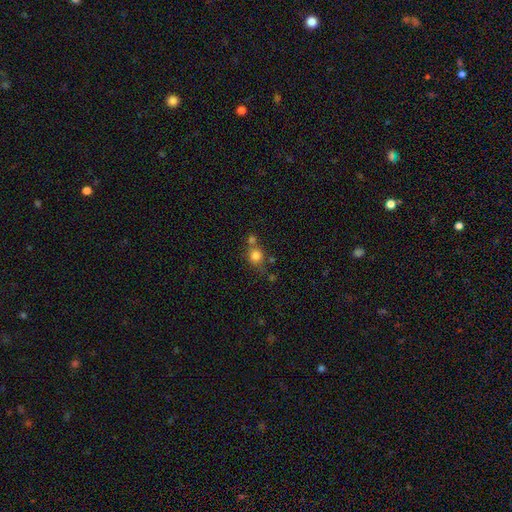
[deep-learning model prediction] Smooth or featured? smooth (80%)
How rounded? round (84%)
Merging? none (52%)